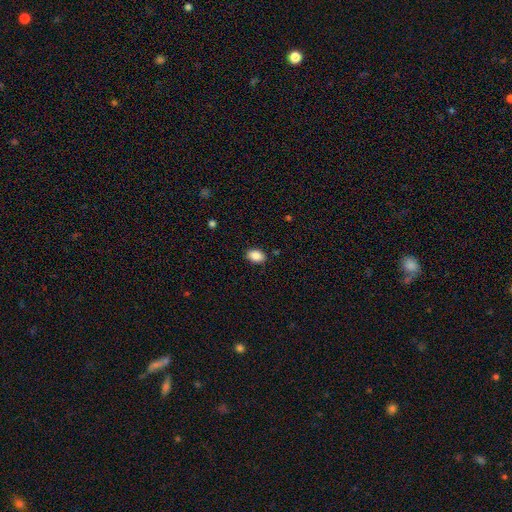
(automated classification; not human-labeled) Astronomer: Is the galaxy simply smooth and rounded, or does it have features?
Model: smooth — 88%.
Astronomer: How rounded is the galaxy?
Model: in between — 84%.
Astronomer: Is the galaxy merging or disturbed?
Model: none — 87%.